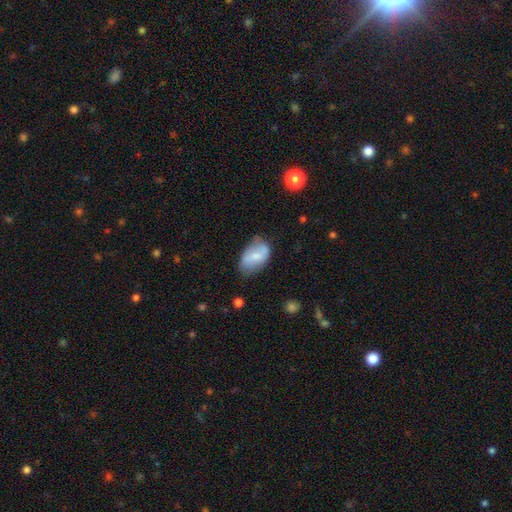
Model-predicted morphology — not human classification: This is likely a smooth galaxy (62%). How rounded: clearly in between (91%). Merging: possibly none (50%).